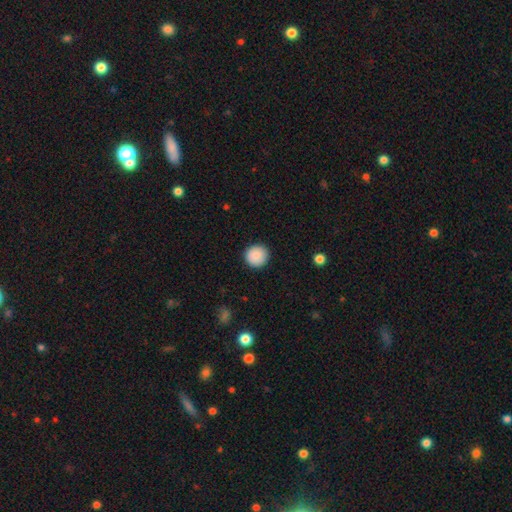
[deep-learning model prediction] Q: Smooth or featured?
A: smooth (88%); runner-up: star or artifact (7%)
Q: How rounded?
A: round (94%); runner-up: in between (5%)
Q: Merging?
A: none (91%); runner-up: minor disturbance (6%)